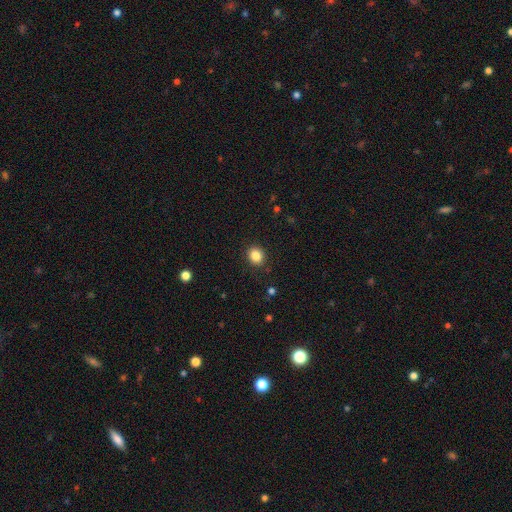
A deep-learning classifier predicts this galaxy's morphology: smooth 85%, star or artifact 10%, featured or disk 5%. Down the decision tree: how rounded — round (73%); merging — none (90%).